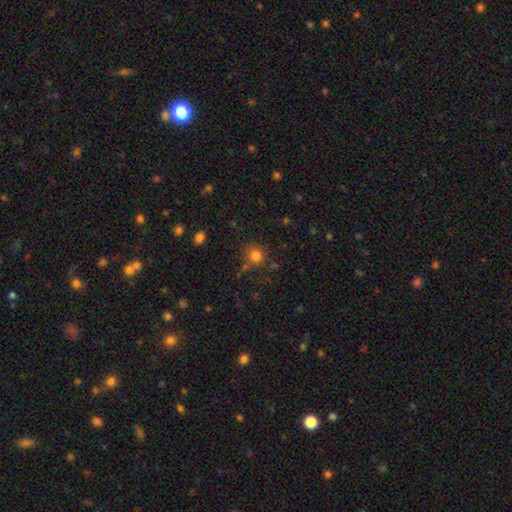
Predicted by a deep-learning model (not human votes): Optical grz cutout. It shows a smooth galaxy with no disk features (79%) that is round (82%). Merging: none (71%).